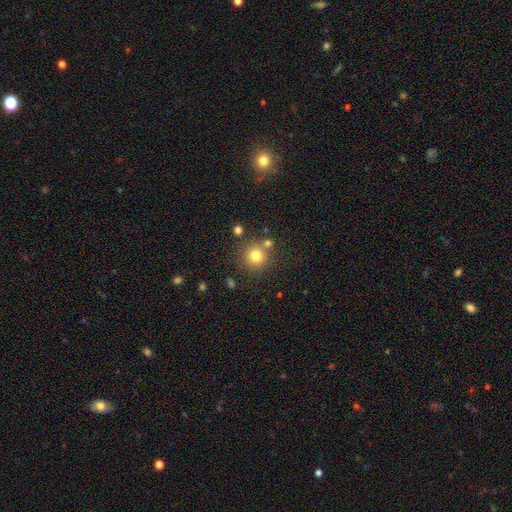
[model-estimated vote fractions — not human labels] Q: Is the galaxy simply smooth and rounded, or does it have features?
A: smooth — 78%.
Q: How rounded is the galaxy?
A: round — 93%.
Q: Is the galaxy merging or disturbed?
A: none — 76%.